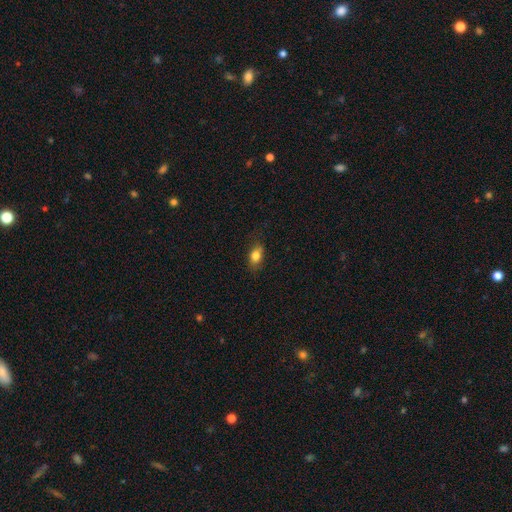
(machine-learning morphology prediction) This is likely a smooth galaxy (80%). How rounded: likely in between (79%). Merging: likely none (79%).